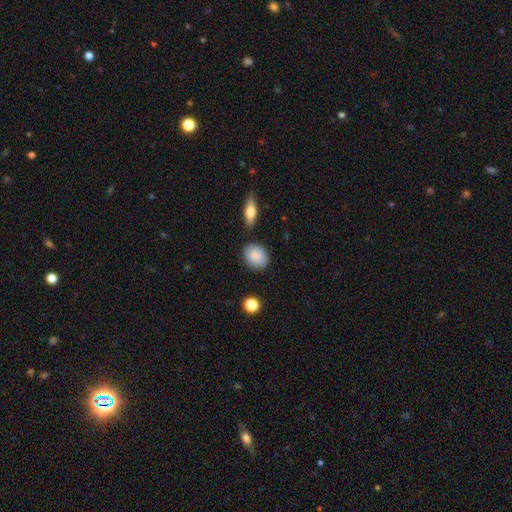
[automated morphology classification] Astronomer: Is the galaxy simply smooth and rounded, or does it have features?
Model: smooth — 87%.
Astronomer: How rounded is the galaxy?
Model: in between — 55% (runner-up: round, 43%).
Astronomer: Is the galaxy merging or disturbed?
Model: none — 79%.